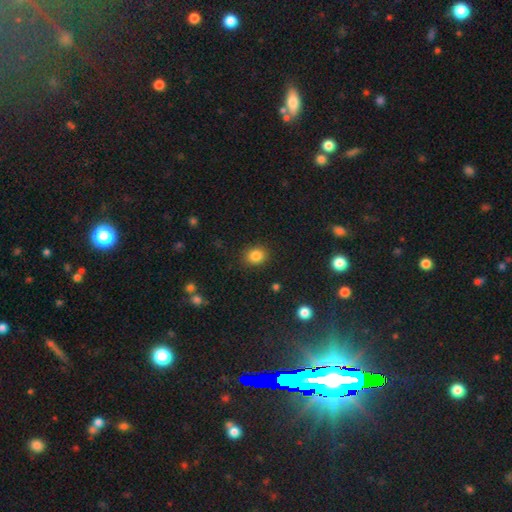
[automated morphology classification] Overall: smooth (84%). How rounded: round (63%; in between 36%). Merging: none (87%).